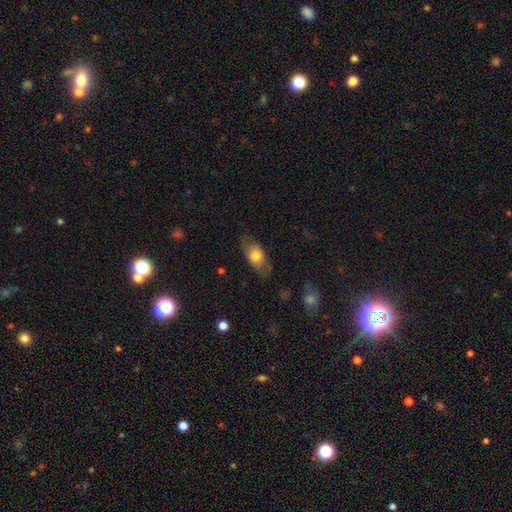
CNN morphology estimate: A smooth galaxy with no disk features (69%) that is in between round and cigar-shaped (84%). Merging: none (75%).